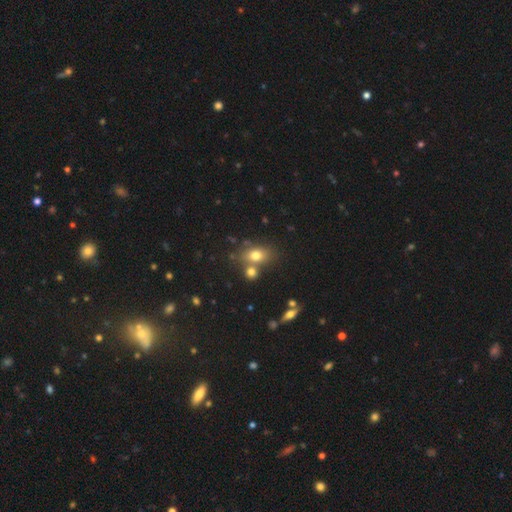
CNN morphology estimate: This appears to be a smooth galaxy with no disk features (74%) that is in between round and cigar-shaped (72%). Merging: none (57%).